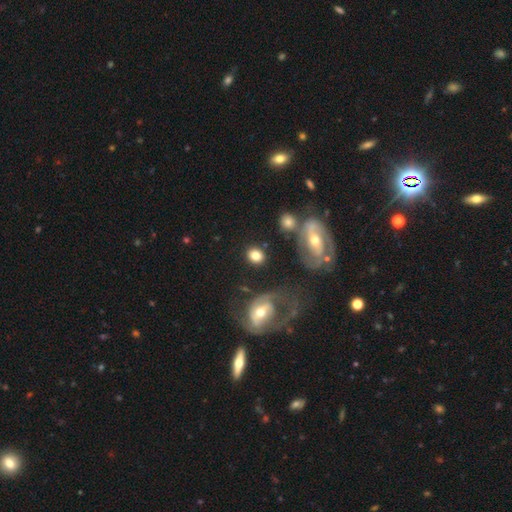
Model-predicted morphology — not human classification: Smooth or featured? smooth (75%)
How rounded? round (63%)
Merging? none (72%)